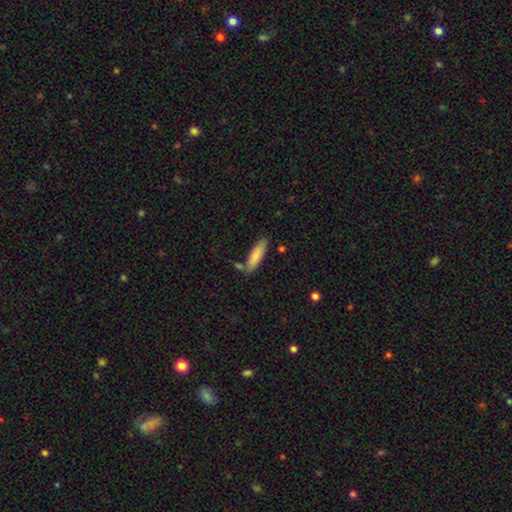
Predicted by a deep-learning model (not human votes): This is clearly a smooth galaxy (85%). How rounded: possibly cigar-shaped (59%). Merging: likely none (75%).